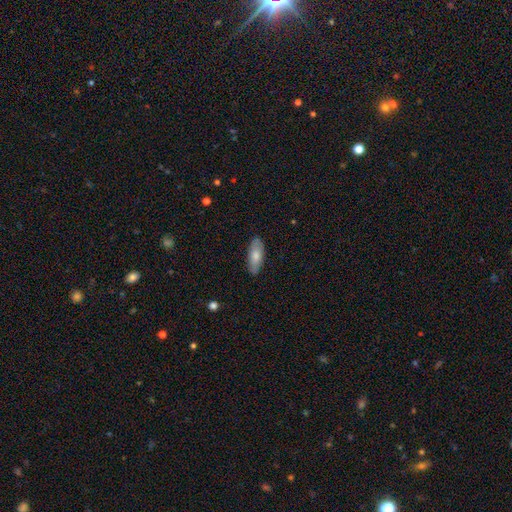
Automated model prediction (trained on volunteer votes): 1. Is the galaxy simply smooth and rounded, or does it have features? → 73% smooth, 22% featured or disk, 6% star or artifact.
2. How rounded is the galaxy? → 78% in between, 20% cigar-shaped, 2% round.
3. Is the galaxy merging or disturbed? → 85% none, 12% minor disturbance, 2% major disturbance, 1% merger.